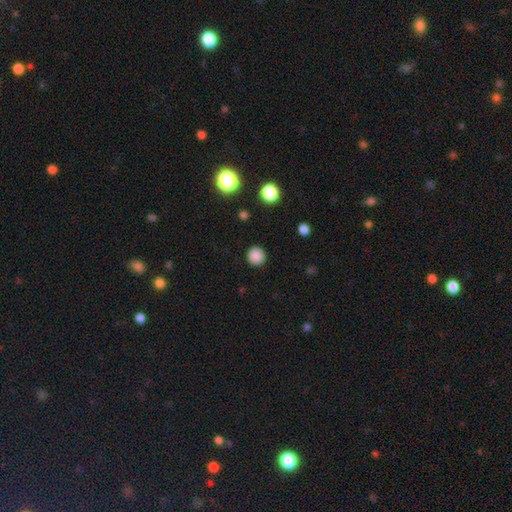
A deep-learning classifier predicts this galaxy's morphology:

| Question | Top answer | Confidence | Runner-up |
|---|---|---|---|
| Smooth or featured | smooth | 87% | star or artifact (11%) |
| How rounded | round | 92% | in between (7%) |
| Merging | none | 91% | minor disturbance (6%) |